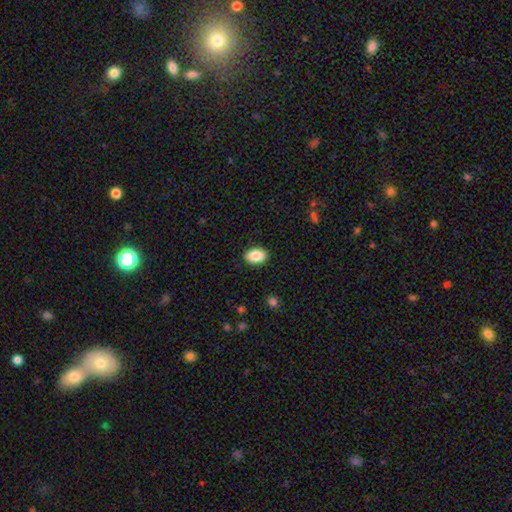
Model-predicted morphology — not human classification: This is clearly a smooth galaxy (87%). How rounded: clearly in between (87%). Merging: clearly none (90%).